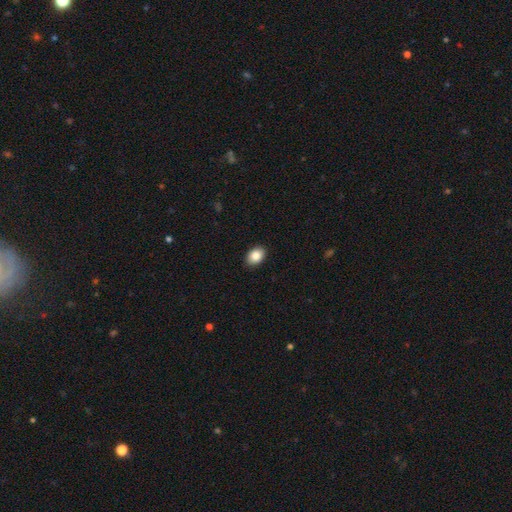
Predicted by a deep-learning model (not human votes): Overall: smooth (87%). How rounded: in between (77%). Merging: none (90%).